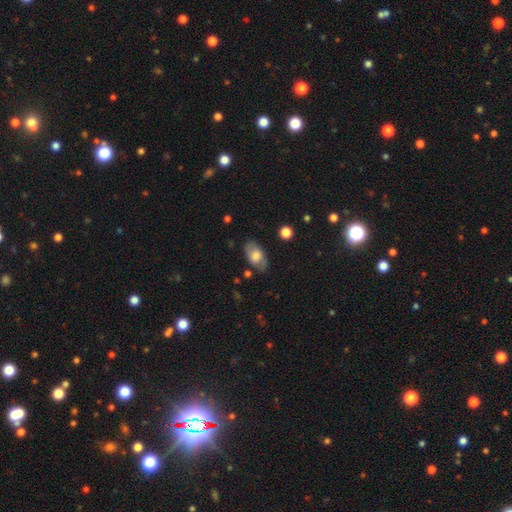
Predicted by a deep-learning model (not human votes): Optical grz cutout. It shows a smooth galaxy with no disk features (63%) that is in between round and cigar-shaped (92%). Merging: none (74%).